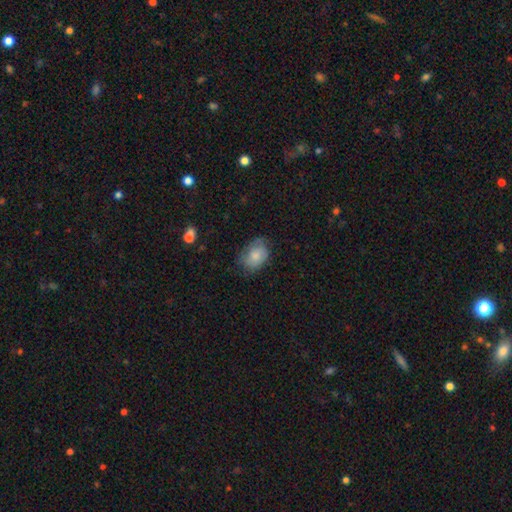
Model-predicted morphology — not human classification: Overall: smooth (75%). How rounded: in between (75%). Merging: none (60%; minor disturbance 29%).